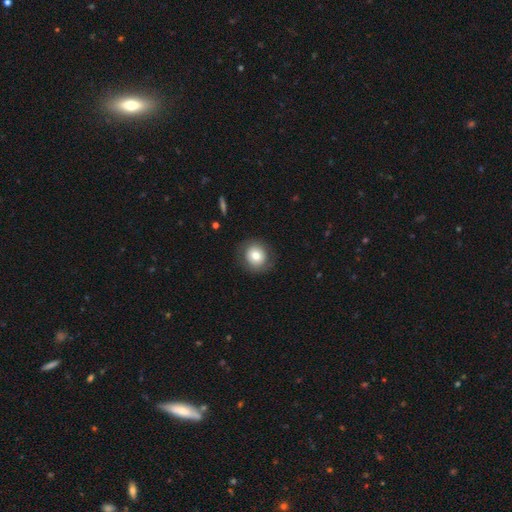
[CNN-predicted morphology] smooth-or-featured: smooth: 71% | featured or disk: 20% | star or artifact: 9%
  how-rounded: round: 84% | in between: 15% | cigar-shaped: 1%
  merging: none: 81% | minor disturbance: 12% | major disturbance: 6% | merger: 1%